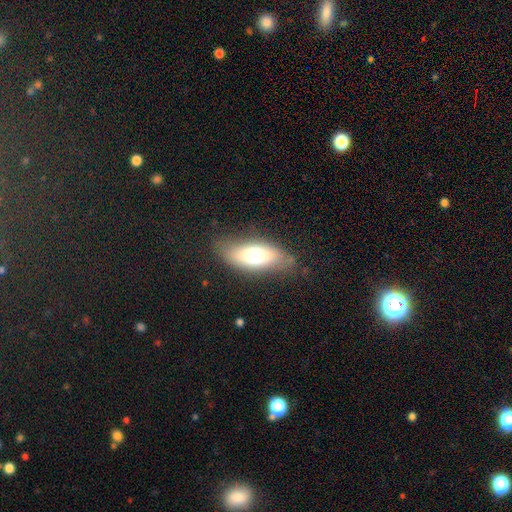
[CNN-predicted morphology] Smooth or featured?
  - smooth: 64% *
  - featured or disk: 29%
  - star or artifact: 7%
How rounded?
  - in between: 77% *
  - cigar-shaped: 19%
  - round: 4%
Merging?
  - none: 74% *
  - minor disturbance: 19%
  - major disturbance: 6%
  - merger: 2%